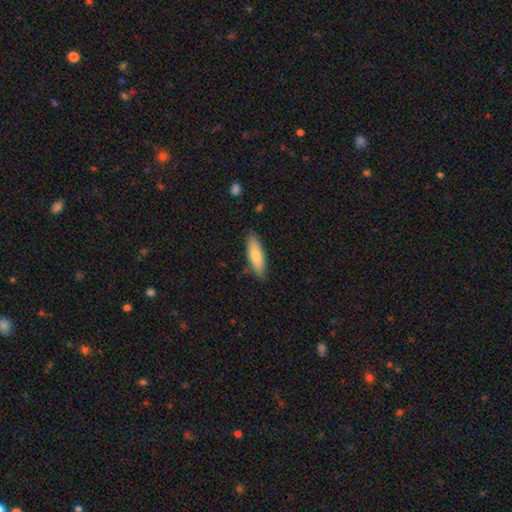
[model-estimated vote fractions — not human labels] Smooth or featured: smooth — 74% (featured or disk — 21%)
How rounded: cigar-shaped — 53% (in between — 45%)
Merging: none — 82% (minor disturbance — 14%)